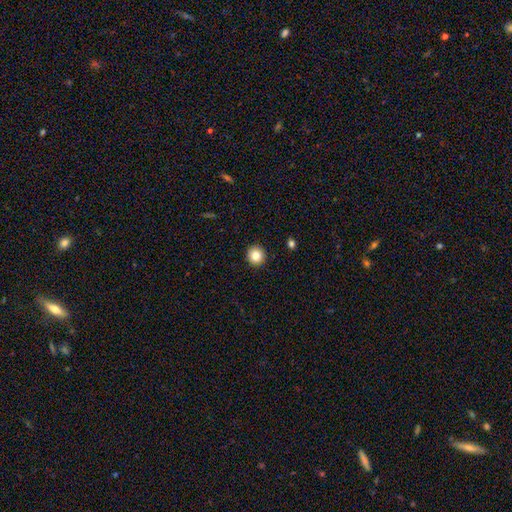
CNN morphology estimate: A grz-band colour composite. It shows a smooth galaxy with no disk features (84%) that is round (94%). Merging: none (93%).